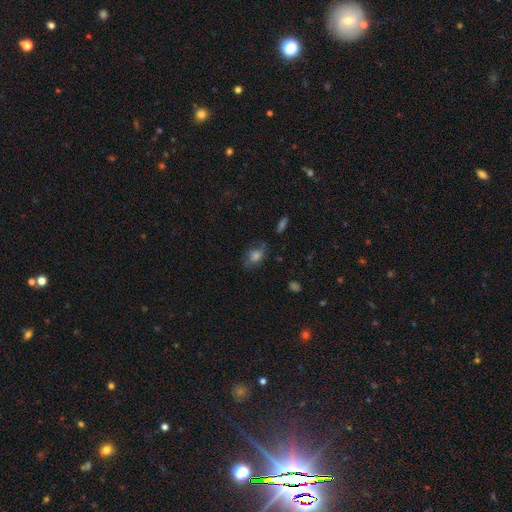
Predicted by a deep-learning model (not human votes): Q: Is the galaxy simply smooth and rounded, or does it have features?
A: smooth — 55%.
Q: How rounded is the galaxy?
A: in between — 63%.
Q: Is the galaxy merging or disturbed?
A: none — 55%.